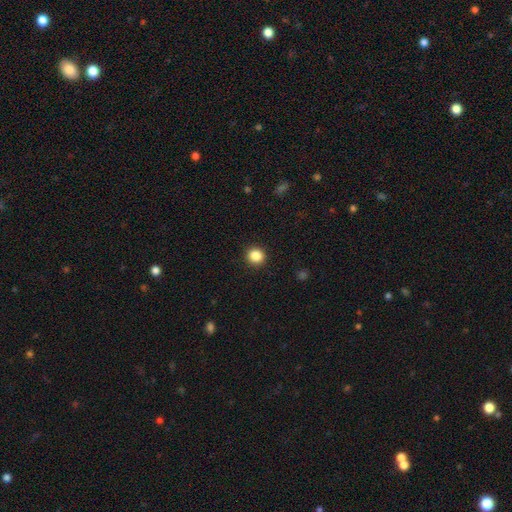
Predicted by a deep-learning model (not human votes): smooth_or_featured: smooth (p=0.86) [alt: star or artifact p=0.11]
how_rounded: round (p=0.92) [alt: in between p=0.07]
merging: none (p=0.93) [alt: minor disturbance p=0.05]